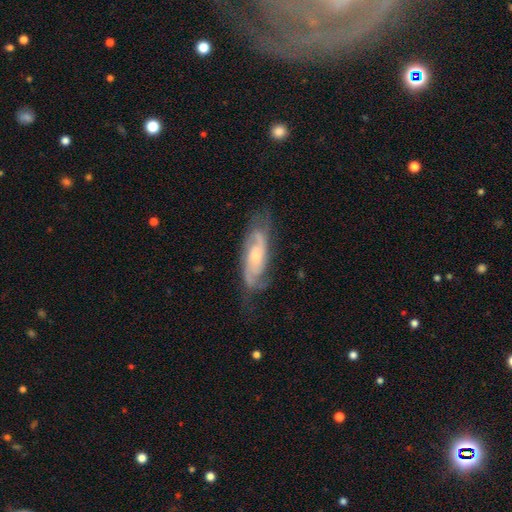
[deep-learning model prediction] This appears to be a featured or disk galaxy (79%) with no bar (64%), 2 (57%) medium (43%) spiral arms (94%) and a small central bulge (58%). Merging: none (67%).